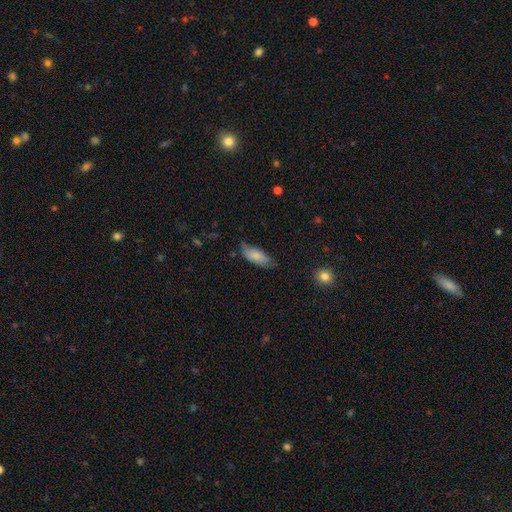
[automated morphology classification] A smooth galaxy with no disk features (80%) that is in between round and cigar-shaped (84%).

Vote fractions:
- Smooth or featured? smooth: 80% / featured or disk: 14% / star or artifact: 6%
- How rounded? in between: 84% / cigar-shaped: 14% / round: 2%
- Merging? none: 53% / minor disturbance: 37% / major disturbance: 8% / merger: 2%